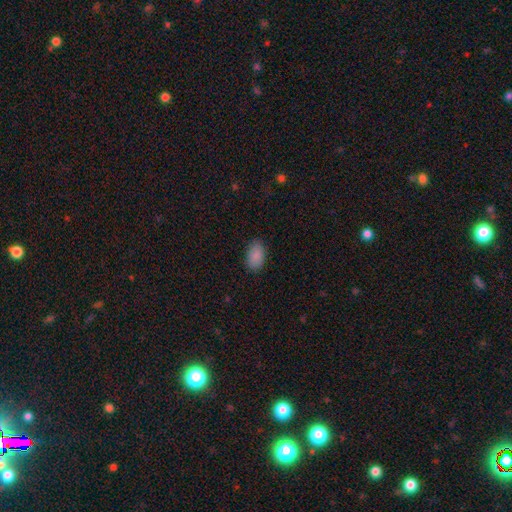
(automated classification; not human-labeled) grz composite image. It shows a smooth galaxy with no disk features (88%) that is in between round and cigar-shaped (93%). Merging: none (84%).